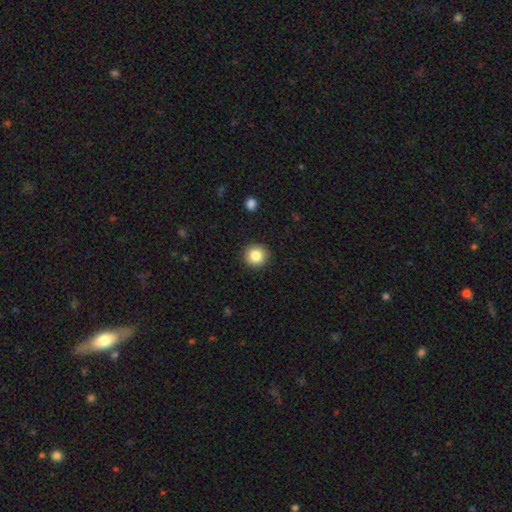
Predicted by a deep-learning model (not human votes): smooth 84%, star or artifact 10%, featured or disk 7%. Down the decision tree: how rounded — round (93%); merging — none (92%).